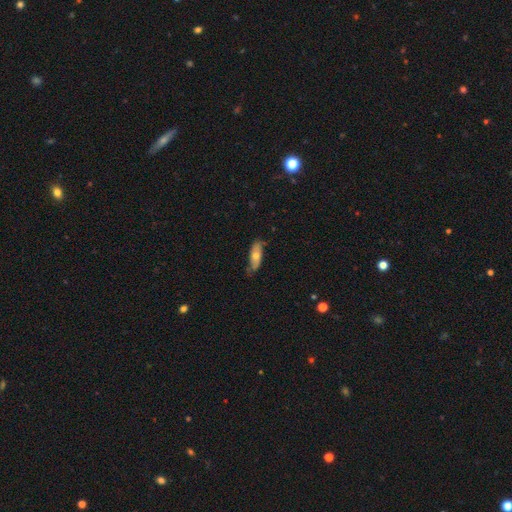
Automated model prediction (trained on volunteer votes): Morphology: type=smooth (58%); roundness=in between (64%); merging=none (67%).